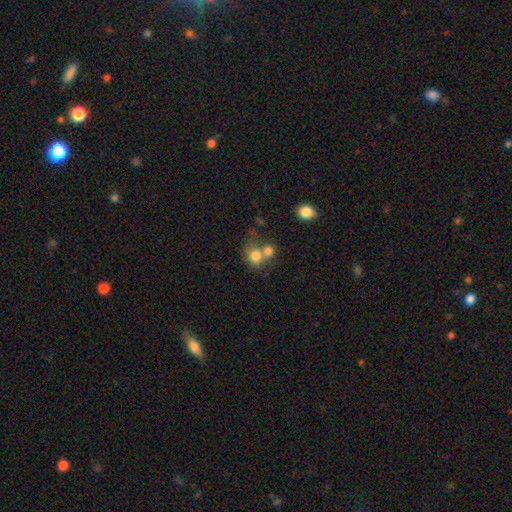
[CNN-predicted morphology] Smooth or featured?
  - smooth: 78% *
  - featured or disk: 11%
  - star or artifact: 11%
How rounded?
  - round: 75% *
  - in between: 24%
  - cigar-shaped: 1%
Merging?
  - merger: 50% *
  - none: 35%
  - minor disturbance: 9%
  - major disturbance: 5%